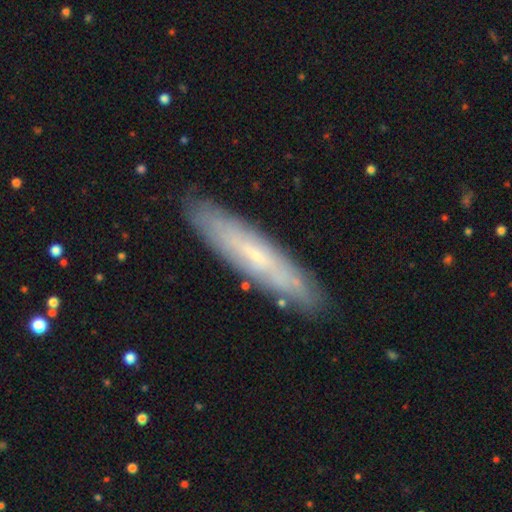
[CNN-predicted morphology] A featured or disk galaxy (54%) viewed edge-on (57%). Merging: none (86%).